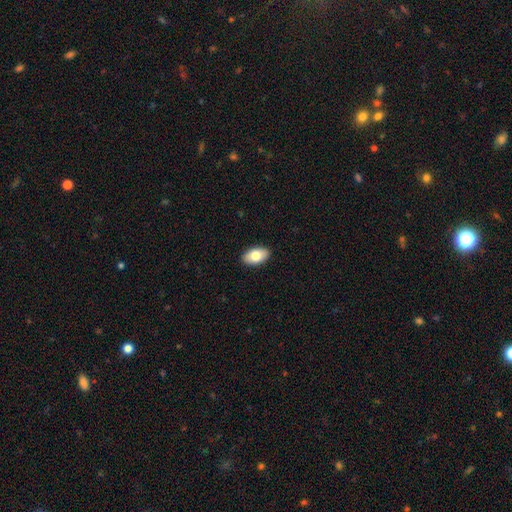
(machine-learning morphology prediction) smooth_or_featured: smooth (p=0.81) [alt: featured or disk p=0.13]
how_rounded: in between (p=0.94) [alt: round p=0.05]
merging: none (p=0.90) [alt: minor disturbance p=0.07]